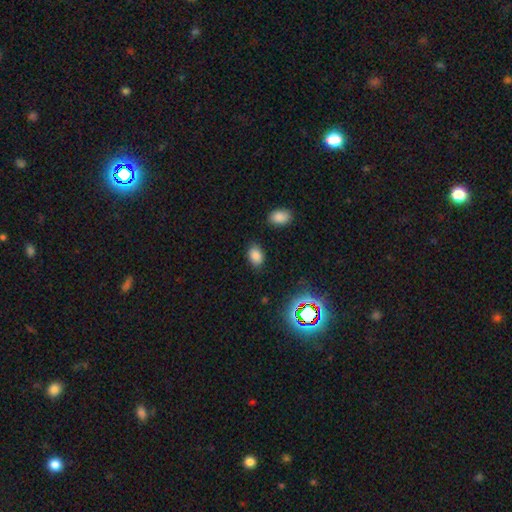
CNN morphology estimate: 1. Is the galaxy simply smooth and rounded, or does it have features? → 82% smooth, 13% star or artifact, 5% featured or disk.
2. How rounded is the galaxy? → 83% in between, 16% round, 1% cigar-shaped.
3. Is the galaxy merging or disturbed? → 82% none, 13% minor disturbance, 3% major disturbance, 2% merger.